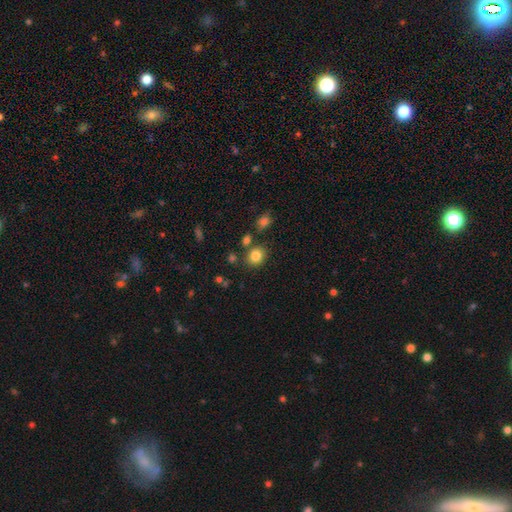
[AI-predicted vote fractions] smooth-or-featured: smooth: 82% | star or artifact: 11% | featured or disk: 7%
  how-rounded: round: 68% | in between: 31% | cigar-shaped: 1%
  merging: none: 78% | minor disturbance: 11% | merger: 8% | major disturbance: 3%